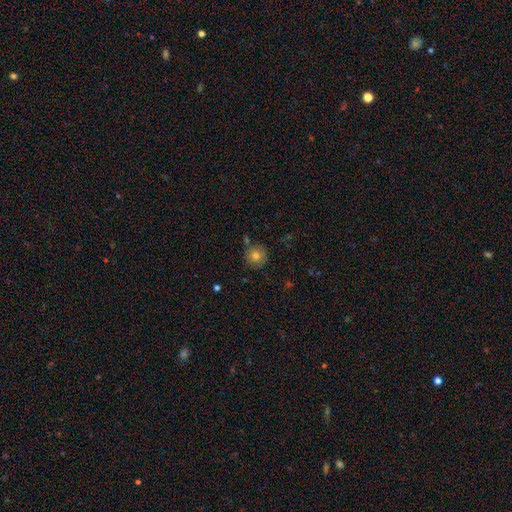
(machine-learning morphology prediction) Smooth or featured?
  - smooth: 77% *
  - featured or disk: 12%
  - star or artifact: 11%
How rounded?
  - round: 94% *
  - in between: 5%
  - cigar-shaped: 1%
Merging?
  - none: 81% *
  - minor disturbance: 12%
  - merger: 5%
  - major disturbance: 3%